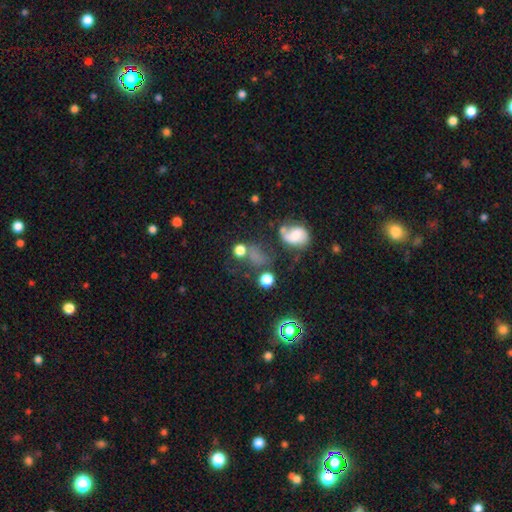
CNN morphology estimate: Smooth or featured: smooth — 52% (star or artifact — 28%)
How rounded: round — 65% (in between — 32%)
Merging: none — 44% (merger — 20%)